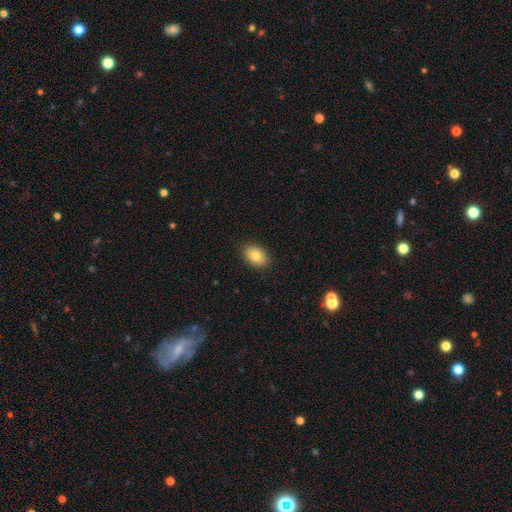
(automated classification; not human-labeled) A smooth galaxy with no disk features (81%) that is in between round and cigar-shaped (83%). Merging: none (88%).